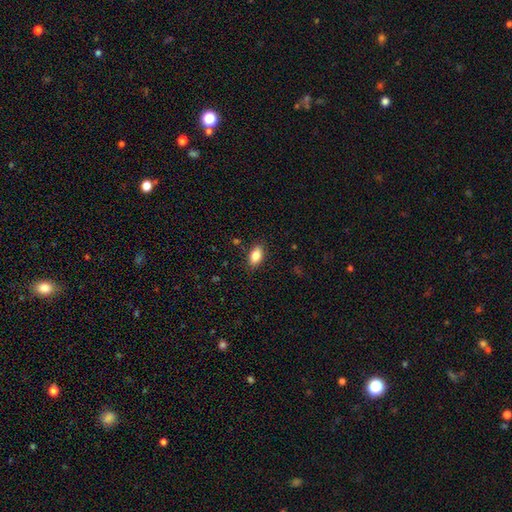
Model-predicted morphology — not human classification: A smooth galaxy with no disk features (84%) that is in between round and cigar-shaped (91%). Merging: none (86%).